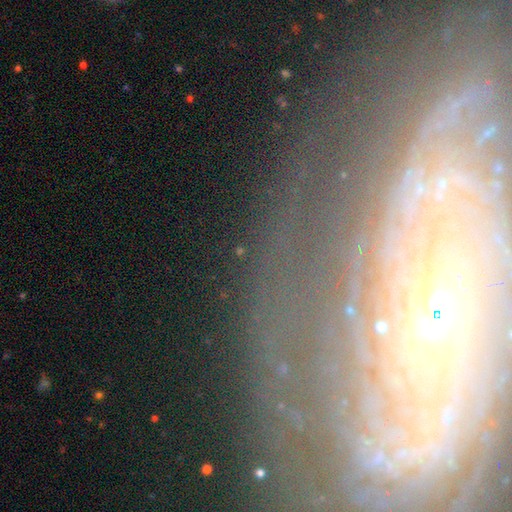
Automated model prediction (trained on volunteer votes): Smooth or featured: featured or disk — 67% (star or artifact — 20%)
Edge-on disk: no — 87% (yes — 13%)
Bar: no — 55% (weak — 25%)
Spiral arms: yes — 82% (no — 18%)
Bulge size: small — 48% (moderate — 38%)
Merging: none — 79% (minor disturbance — 12%)